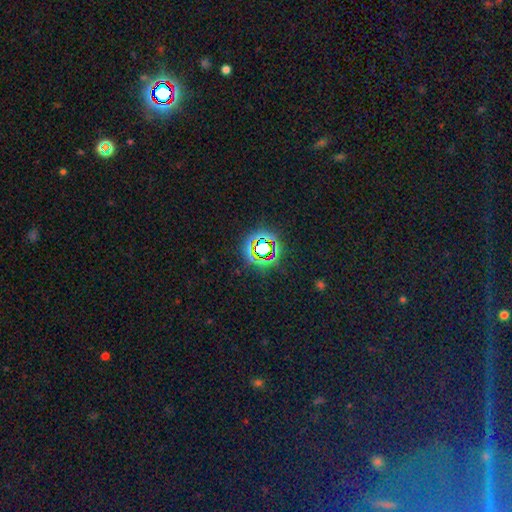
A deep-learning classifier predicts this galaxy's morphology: This appears to be a star or artifact, not a galaxy (76%).